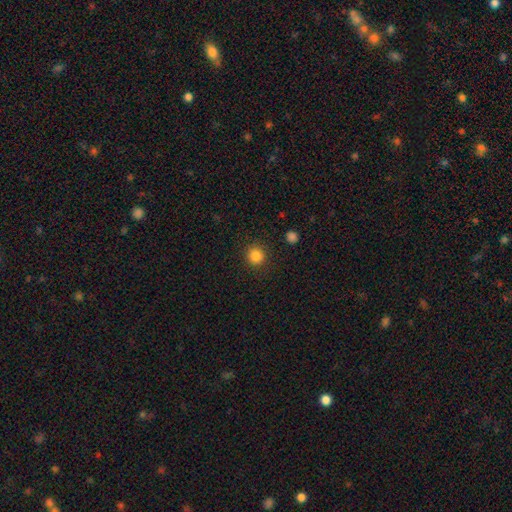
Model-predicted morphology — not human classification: Q: Smooth or featured?
A: smooth (85%); runner-up: star or artifact (11%)
Q: How rounded?
A: round (93%); runner-up: in between (6%)
Q: Merging?
A: none (91%); runner-up: minor disturbance (6%)